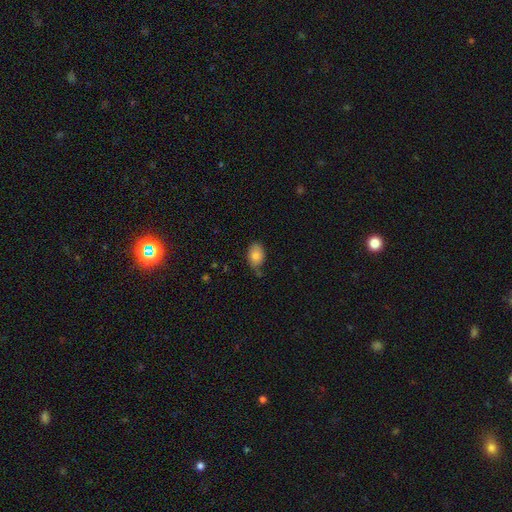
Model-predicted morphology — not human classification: This is likely a smooth galaxy (79%). How rounded: clearly in between (81%). Merging: likely none (61%).